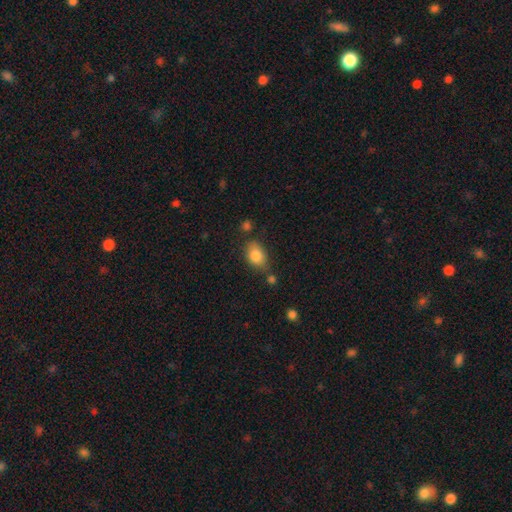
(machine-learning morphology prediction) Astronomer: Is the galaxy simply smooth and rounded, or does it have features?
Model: smooth — 83%.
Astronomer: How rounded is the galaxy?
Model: in between — 82%.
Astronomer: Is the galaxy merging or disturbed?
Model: none — 67%.